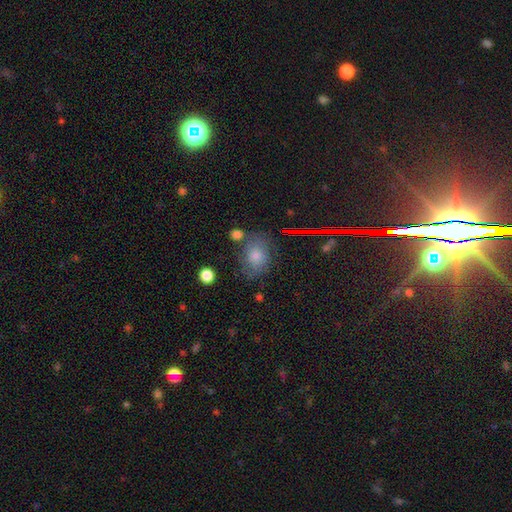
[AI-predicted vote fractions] smooth 59%, star or artifact 21%, featured or disk 20%. Down the decision tree: how rounded — in between (61%); merging — none (65%).